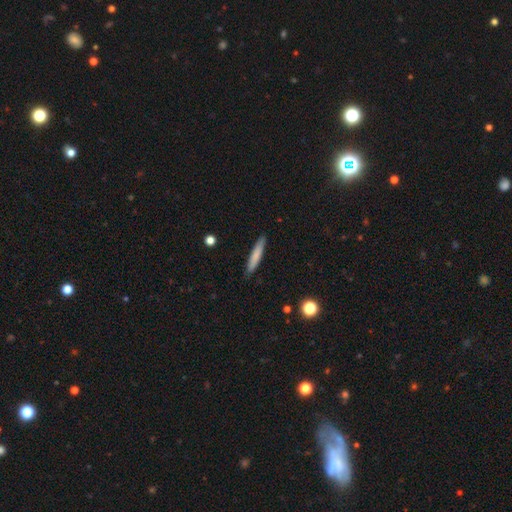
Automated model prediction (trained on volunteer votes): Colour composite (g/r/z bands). It shows a smooth galaxy with no disk features (77%) that is cigar-shaped (91%). Merging: none (89%).